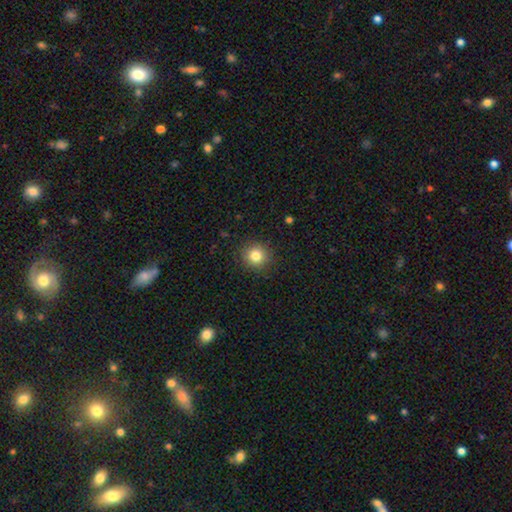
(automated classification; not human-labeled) Overall: smooth (82%). How rounded: round (92%). Merging: none (91%).